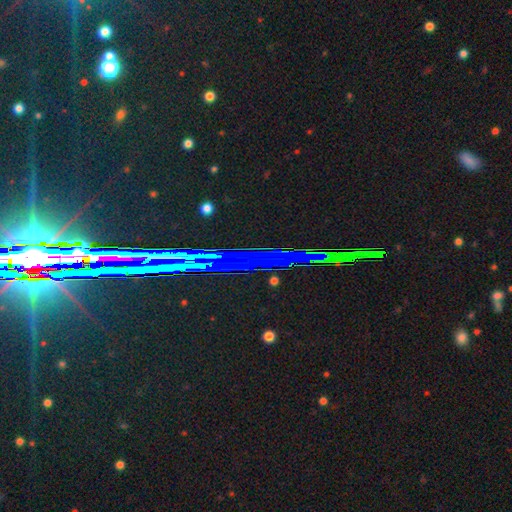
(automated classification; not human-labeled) This appears to be a star or artifact, not a galaxy (81%).